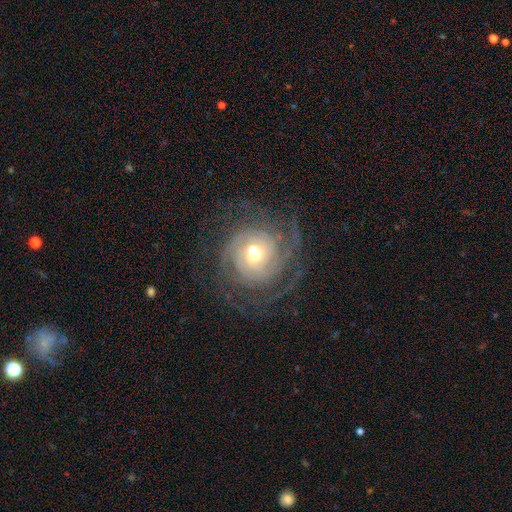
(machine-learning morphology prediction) The model was most divided on "spiral arm count": can't tell: 29%, 3: 21%, 2: 17%, 4: 16%, more than 4: 9%, 1: 7%. Remaining: edge-on disk — no (97%); spiral arms — yes (96%); smooth or featured — featured or disk (84%); merging — none (72%); spiral winding — tight (69%); bulge size — moderate (62%); bar — no (48%).